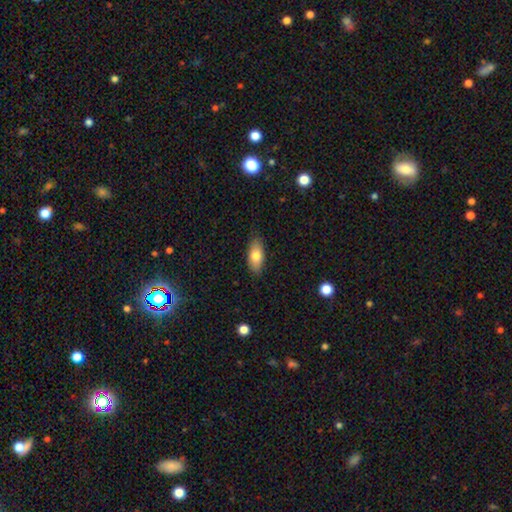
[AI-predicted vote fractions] A smooth galaxy with no disk features (76%) that is in between round and cigar-shaped (86%).

Vote fractions:
- Smooth or featured? smooth: 76% / featured or disk: 17% / star or artifact: 7%
- How rounded? in between: 86% / cigar-shaped: 10% / round: 3%
- Merging? none: 84% / minor disturbance: 12% / major disturbance: 2% / merger: 1%